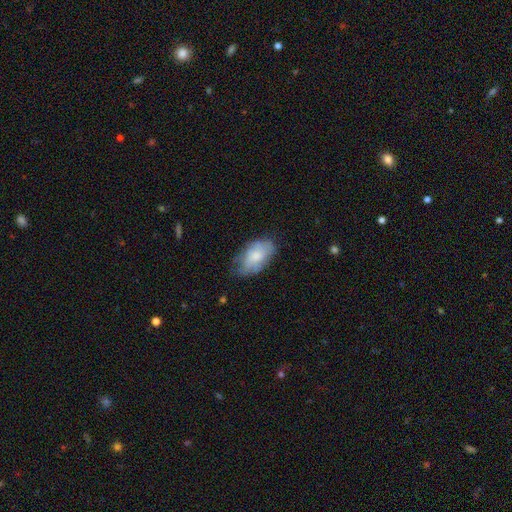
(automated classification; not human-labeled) The model was most divided on "merging": none: 56%, minor disturbance: 32%, major disturbance: 10%, merger: 2%. More confident: how rounded — in between (94%); smooth or featured — smooth (67%).